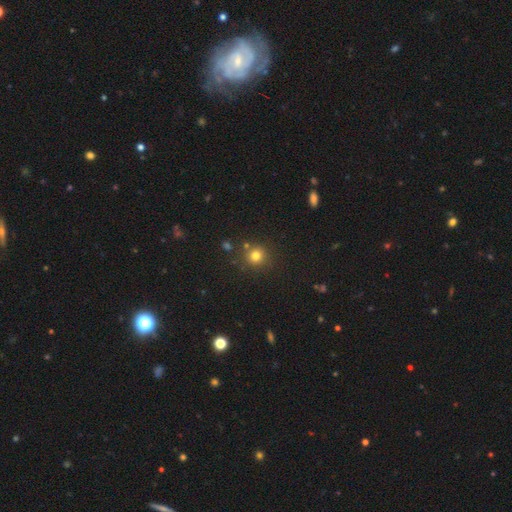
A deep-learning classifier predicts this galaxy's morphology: Smooth or featured? smooth (77%)
How rounded? round (92%)
Merging? none (82%)